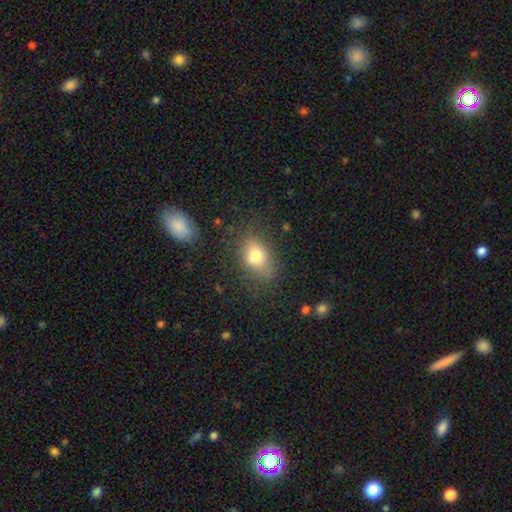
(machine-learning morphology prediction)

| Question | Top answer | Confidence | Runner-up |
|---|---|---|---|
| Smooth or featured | smooth | 77% | featured or disk (13%) |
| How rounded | in between | 78% | round (20%) |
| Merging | none | 73% | minor disturbance (18%) |